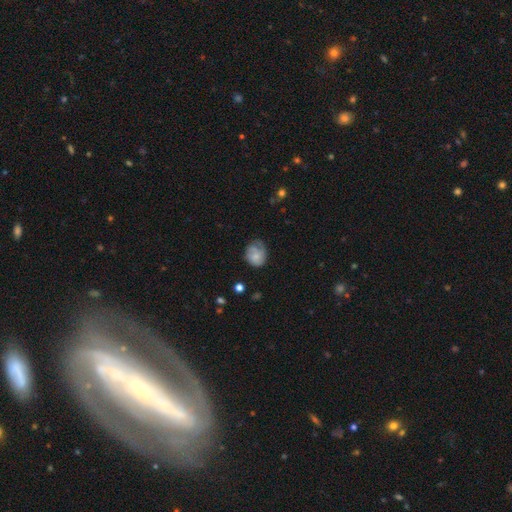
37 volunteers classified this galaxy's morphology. Smooth or featured?
  - smooth: 65% *
  - featured or disk: 30%
  - star or artifact: 5%
How rounded?
  - round: 62% *
  - in between: 38%
  - cigar-shaped: 0%
Merging?
  - none: 57% *
  - major disturbance: 23%
  - minor disturbance: 20%
  - merger: 0%